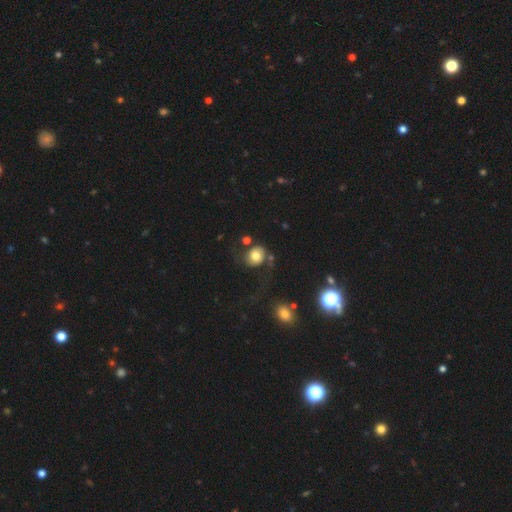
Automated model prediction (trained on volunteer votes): The model was most divided on "merging": none: 47%, major disturbance: 25%, minor disturbance: 19%, merger: 9%. More confident: smooth or featured — smooth (65%); how rounded — round (64%).